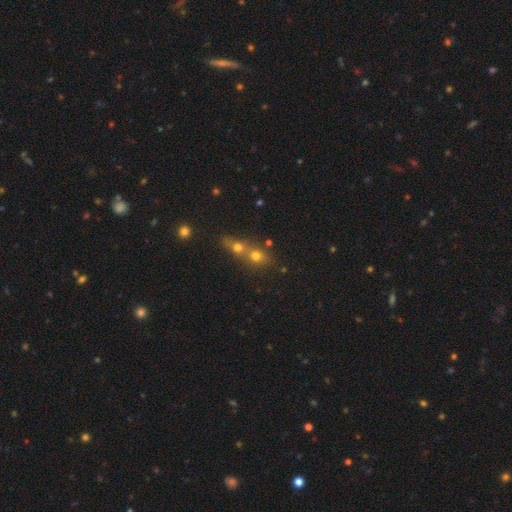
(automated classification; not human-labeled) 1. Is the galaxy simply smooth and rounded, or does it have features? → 65% smooth, 19% star or artifact, 16% featured or disk.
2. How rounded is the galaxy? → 72% round, 25% in between, 3% cigar-shaped.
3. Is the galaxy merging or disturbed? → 61% merger, 31% none, 6% minor disturbance, 3% major disturbance.